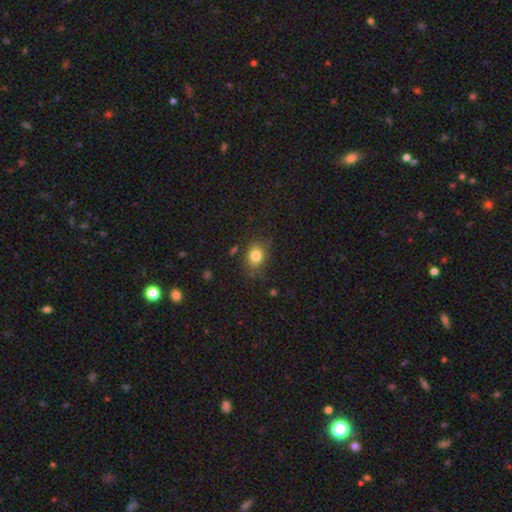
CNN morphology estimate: Smooth or featured? Predicted: smooth (p=0.81). How rounded? Predicted: in between (p=0.56). Merging? Predicted: none (p=0.76).